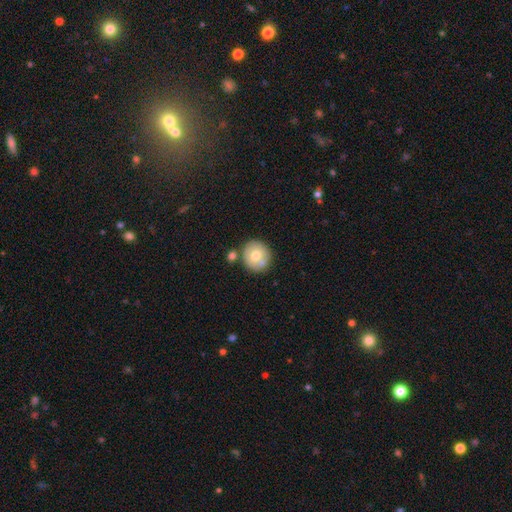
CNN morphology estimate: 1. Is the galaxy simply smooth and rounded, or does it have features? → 70% smooth, 21% featured or disk, 8% star or artifact.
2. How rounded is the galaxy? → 88% round, 11% in between, 1% cigar-shaped.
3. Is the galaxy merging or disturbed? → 69% none, 16% merger, 12% minor disturbance, 3% major disturbance.